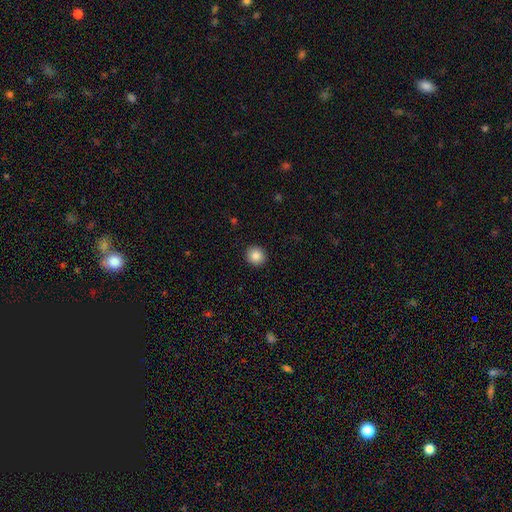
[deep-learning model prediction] Morphology: type=smooth (87%); roundness=round (84%); merging=none (92%).